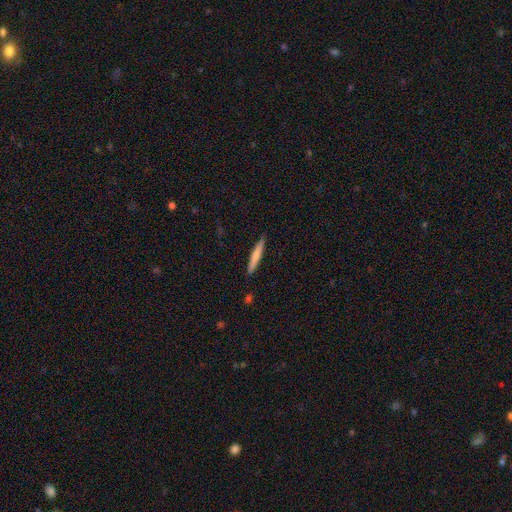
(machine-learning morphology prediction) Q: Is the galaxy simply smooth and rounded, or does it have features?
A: smooth — 71%.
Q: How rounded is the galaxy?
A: cigar-shaped — 95%.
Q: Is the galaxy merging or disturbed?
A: none — 90%.